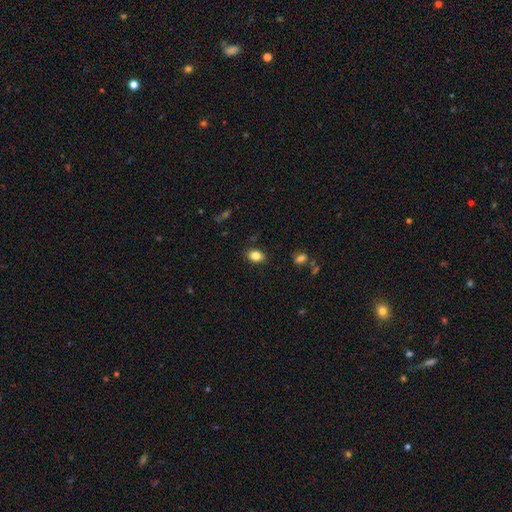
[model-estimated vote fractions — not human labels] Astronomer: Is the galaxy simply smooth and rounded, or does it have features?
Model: smooth — 84%.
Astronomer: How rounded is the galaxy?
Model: in between — 77%.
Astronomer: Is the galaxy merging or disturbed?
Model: none — 85%.